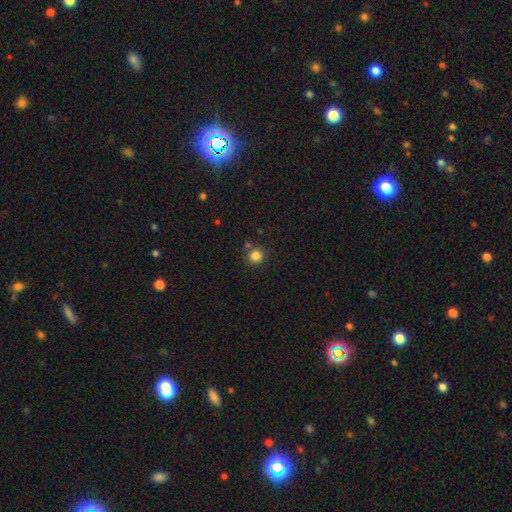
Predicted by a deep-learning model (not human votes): The model was most divided on "merging": none: 79%, merger: 10%, minor disturbance: 9%, major disturbance: 3%. More confident: how rounded — round (92%); smooth or featured — smooth (84%).